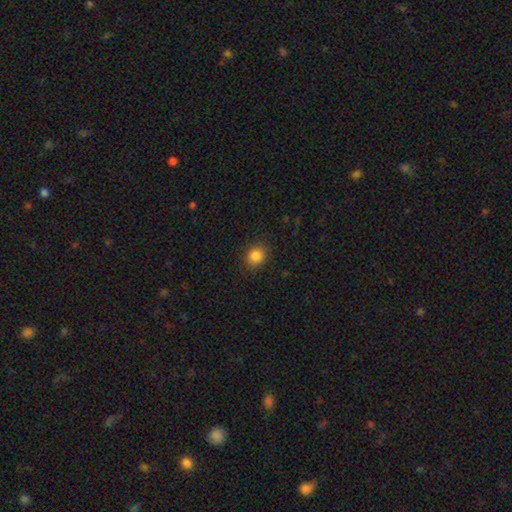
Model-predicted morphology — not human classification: A smooth galaxy with no disk features (86%) that is round (71%).

Vote fractions:
- Smooth or featured? smooth: 86% / star or artifact: 10% / featured or disk: 4%
- How rounded? round: 71% / in between: 28% / cigar-shaped: 1%
- Merging? none: 87% / minor disturbance: 9% / major disturbance: 3% / merger: 1%